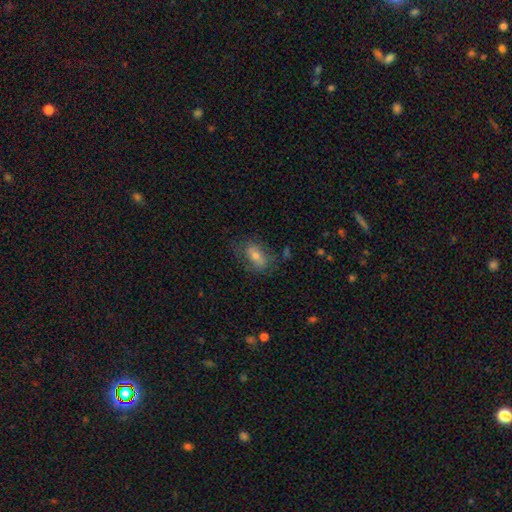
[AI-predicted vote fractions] Morphology: type=smooth (54%); roundness=in between (84%); merging=none (63%).